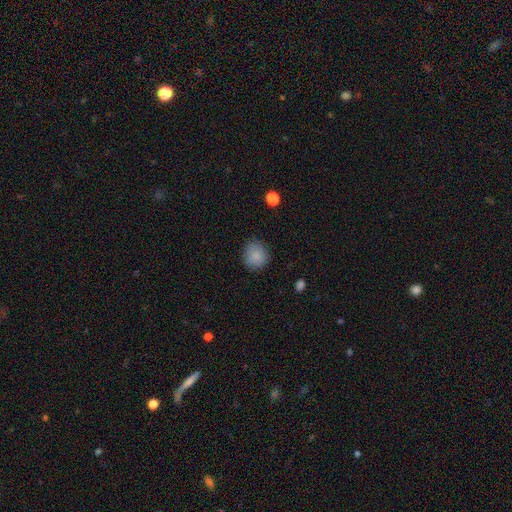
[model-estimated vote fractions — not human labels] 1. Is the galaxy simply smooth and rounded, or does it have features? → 85% smooth, 9% star or artifact, 6% featured or disk.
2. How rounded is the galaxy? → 86% round, 13% in between, 1% cigar-shaped.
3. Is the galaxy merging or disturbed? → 84% none, 12% minor disturbance, 3% major disturbance, 1% merger.